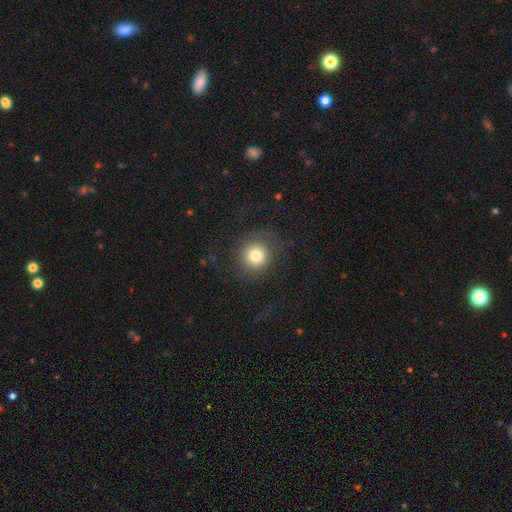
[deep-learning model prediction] smooth-or-featured: smooth: 76% | featured or disk: 13% | star or artifact: 11%
  how-rounded: round: 89% | in between: 10% | cigar-shaped: 1%
  merging: none: 76% | minor disturbance: 11% | major disturbance: 11% | merger: 1%